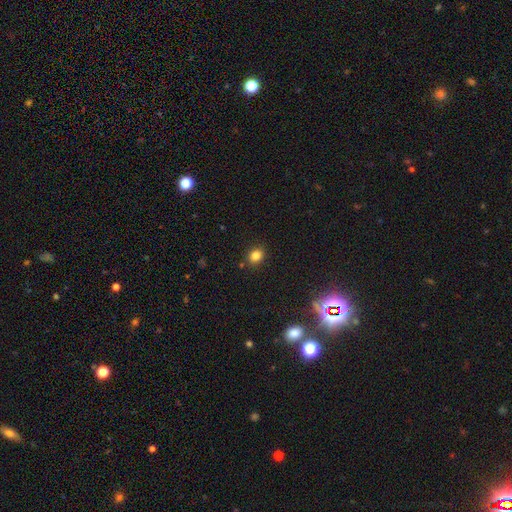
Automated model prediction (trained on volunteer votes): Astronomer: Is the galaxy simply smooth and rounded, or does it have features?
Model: smooth — 82%.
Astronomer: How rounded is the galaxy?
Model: round — 58% (runner-up: in between, 41%).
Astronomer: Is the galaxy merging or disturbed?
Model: none — 86%.